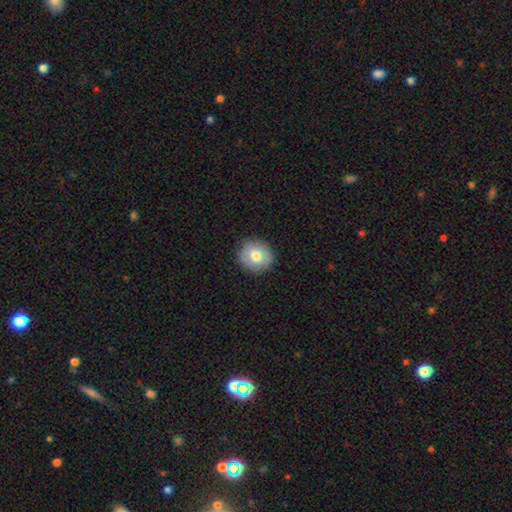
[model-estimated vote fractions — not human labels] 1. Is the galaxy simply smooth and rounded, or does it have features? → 72% smooth, 21% featured or disk, 8% star or artifact.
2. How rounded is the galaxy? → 86% round, 13% in between, 1% cigar-shaped.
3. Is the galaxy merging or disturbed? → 87% none, 10% minor disturbance, 2% major disturbance, 1% merger.